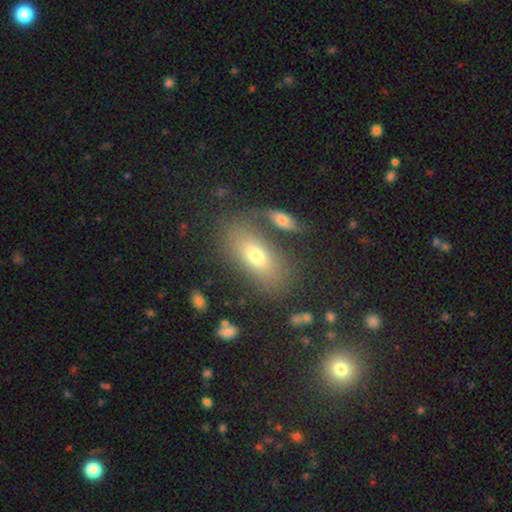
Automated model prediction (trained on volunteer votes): smooth 68%, featured or disk 21%, star or artifact 11%. Down the decision tree: how rounded — in between (84%); merging — none (70%).